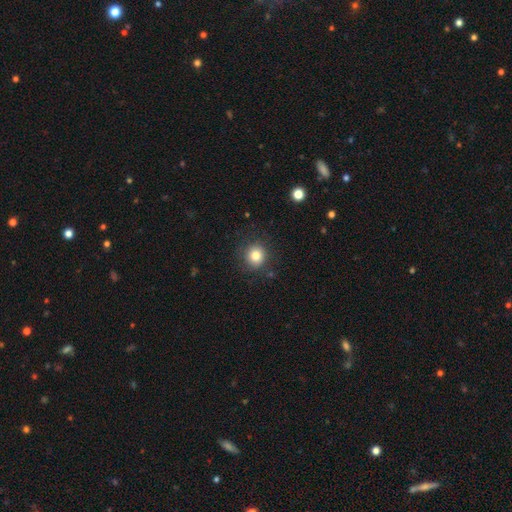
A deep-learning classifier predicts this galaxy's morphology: type=smooth (81%); roundness=round (89%); merging=none (86%).